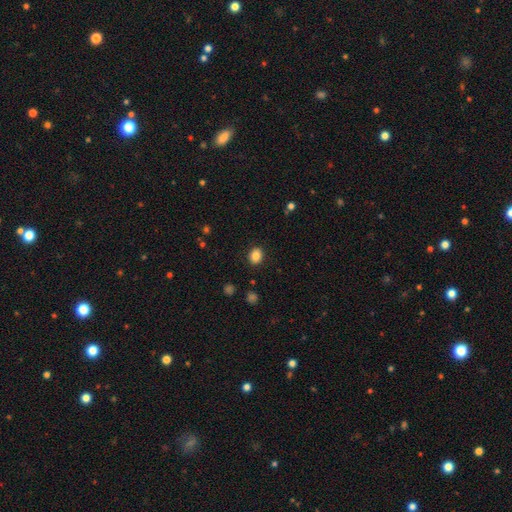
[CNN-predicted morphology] The model was most divided on "how rounded": round: 52%, in between: 47%, cigar-shaped: 1%. More confident: merging — none (89%); smooth or featured — smooth (86%).